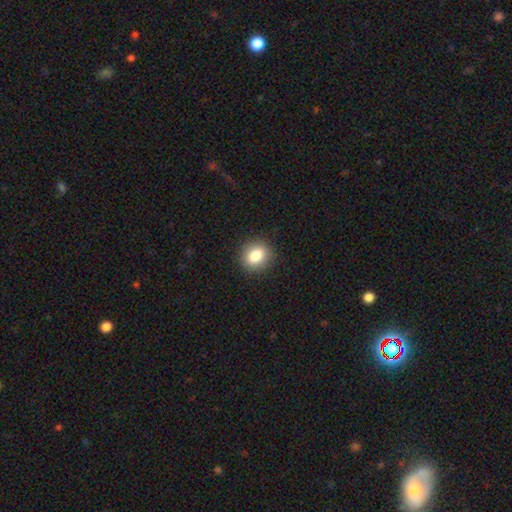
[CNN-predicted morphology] A smooth galaxy with no disk features (82%) that is round (60%).

Vote fractions:
- Smooth or featured? smooth: 82% / star or artifact: 10% / featured or disk: 8%
- How rounded? round: 60% / in between: 39% / cigar-shaped: 1%
- Merging? none: 89% / minor disturbance: 7% / major disturbance: 2% / merger: 1%